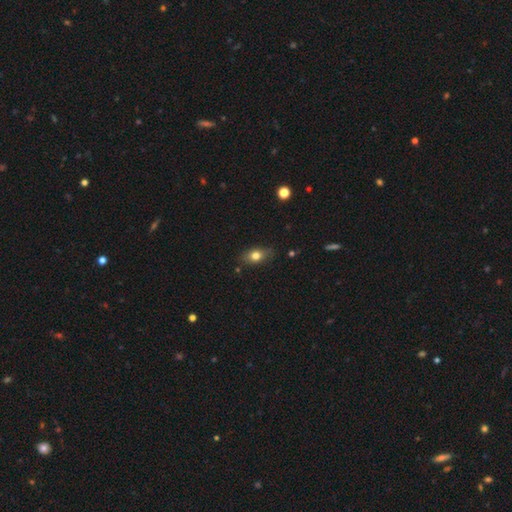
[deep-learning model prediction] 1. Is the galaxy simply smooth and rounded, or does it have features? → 75% smooth, 16% featured or disk, 9% star or artifact.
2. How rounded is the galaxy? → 76% in between, 17% round, 6% cigar-shaped.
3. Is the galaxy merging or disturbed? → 79% none, 16% minor disturbance, 3% major disturbance, 2% merger.